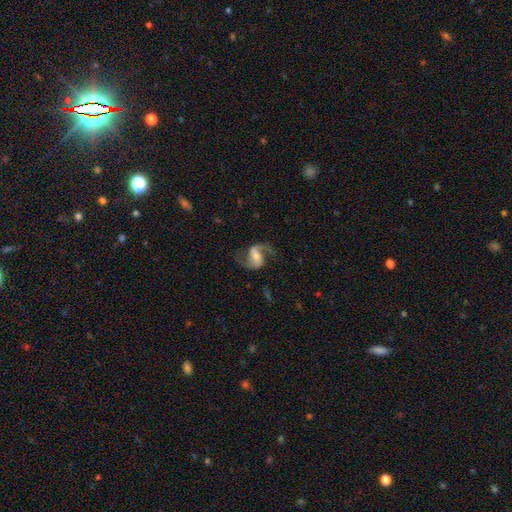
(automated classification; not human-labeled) This appears to be a featured or disk galaxy (87%) with a weak bar (43%), 2 (93%) loose (53%) spiral arms (97%) and a moderate central bulge (43%). Merging: none (77%).